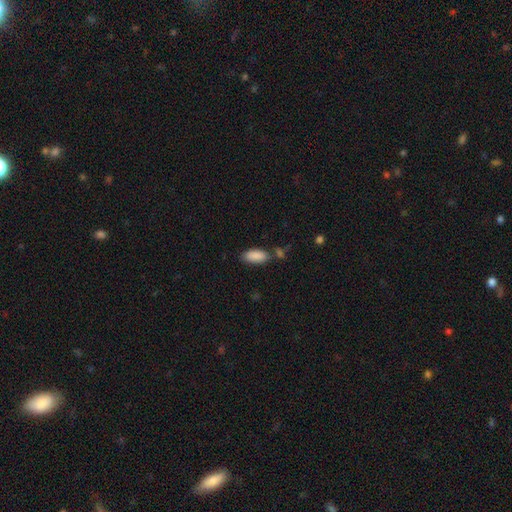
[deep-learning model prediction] smooth_or_featured: smooth (p=0.88) [alt: star or artifact p=0.07]
how_rounded: in between (p=0.88) [alt: cigar-shaped p=0.10]
merging: none (p=0.65) [alt: minor disturbance p=0.16]